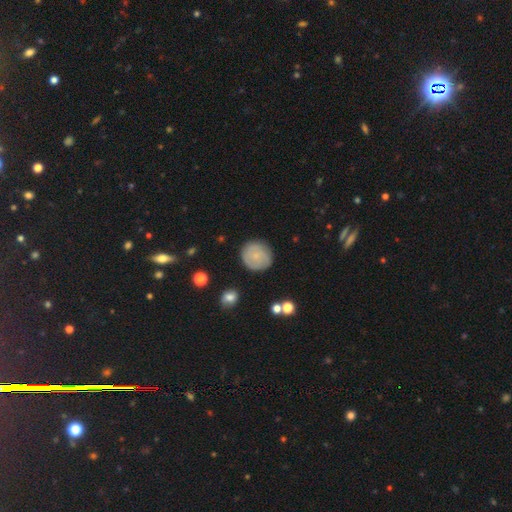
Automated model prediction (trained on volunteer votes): Smooth or featured? smooth (71%)
How rounded? round (90%)
Merging? none (84%)